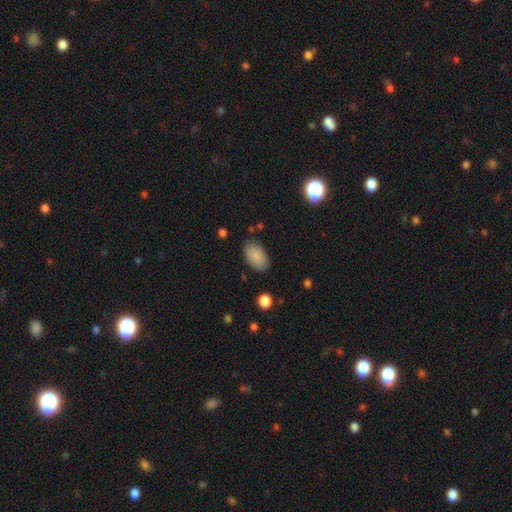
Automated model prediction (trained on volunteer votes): Q: Smooth or featured?
A: smooth (88%); runner-up: star or artifact (7%)
Q: How rounded?
A: in between (94%); runner-up: round (4%)
Q: Merging?
A: none (84%); runner-up: minor disturbance (12%)